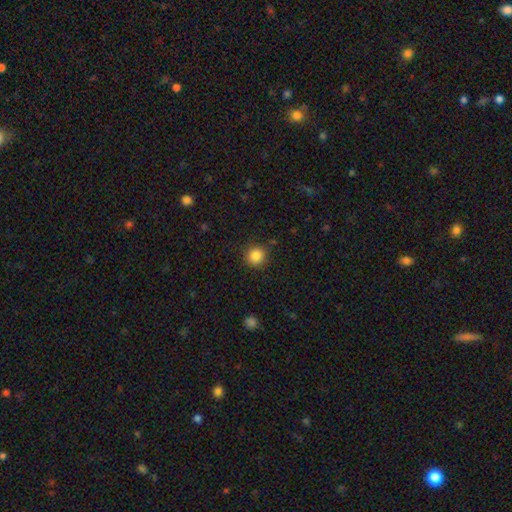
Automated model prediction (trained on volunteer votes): smooth-or-featured: smooth: 85% | star or artifact: 11% | featured or disk: 4%
  how-rounded: round: 93% | in between: 6% | cigar-shaped: 1%
  merging: none: 88% | minor disturbance: 8% | major disturbance: 2% | merger: 1%